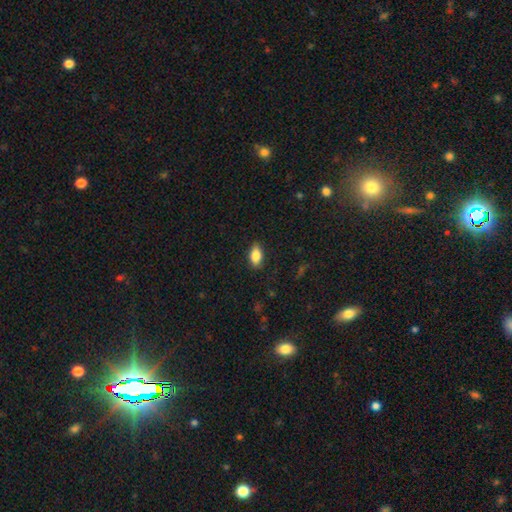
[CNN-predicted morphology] Smooth or featured?
  - smooth: 84% *
  - featured or disk: 9%
  - star or artifact: 7%
How rounded?
  - in between: 89% *
  - cigar-shaped: 6%
  - round: 5%
Merging?
  - none: 86% *
  - minor disturbance: 11%
  - major disturbance: 2%
  - merger: 1%